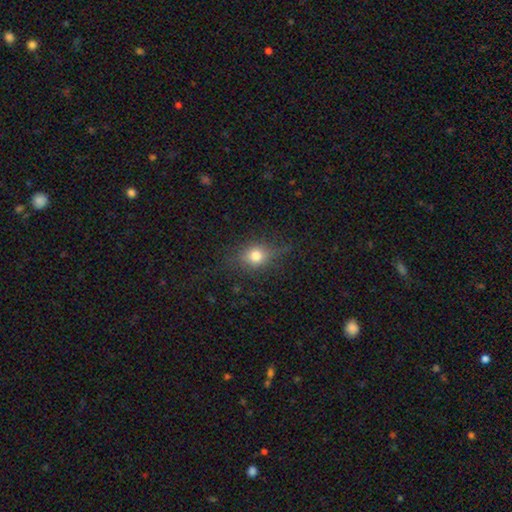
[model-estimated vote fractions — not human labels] Smooth or featured?
  - smooth: 68% *
  - star or artifact: 17%
  - featured or disk: 14%
How rounded?
  - round: 64% *
  - in between: 32%
  - cigar-shaped: 3%
Merging?
  - none: 75% *
  - minor disturbance: 16%
  - major disturbance: 8%
  - merger: 1%